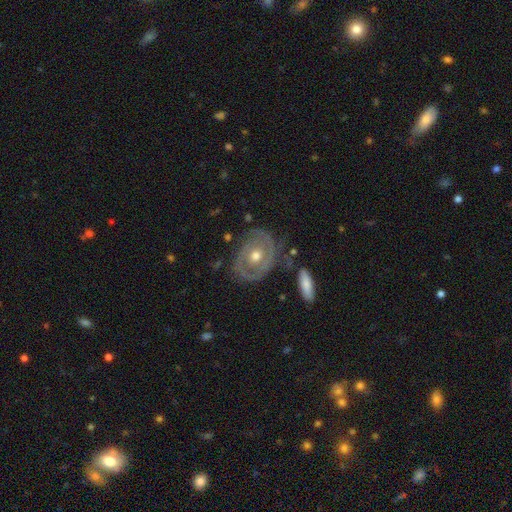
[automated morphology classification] This is clearly a featured or disk galaxy (80%). It is clearly not viewed edge-on (96%). Bar: likely no (74%). Spiral arm pattern: likely yes (74%). Spiral arm count: possibly 2 (58%). Spiral winding: likely tight (67%). Central bulge: likely moderate (78%). Merging: likely none (73%).